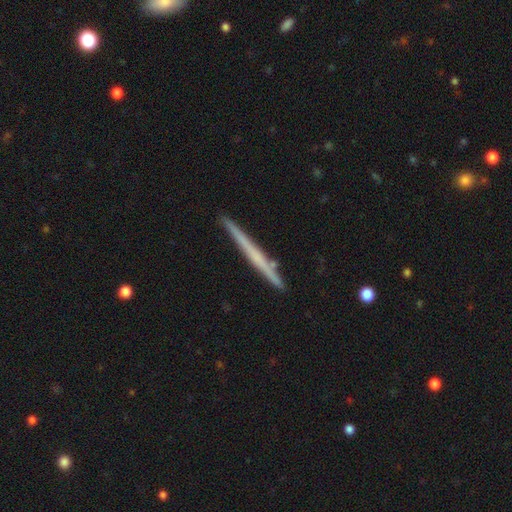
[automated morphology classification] This appears to be a featured or disk galaxy (58%) viewed edge-on (97%) with no central bulge (81%). Merging: none (88%).